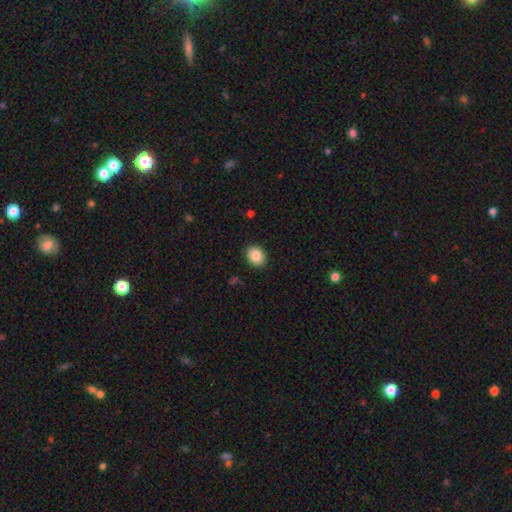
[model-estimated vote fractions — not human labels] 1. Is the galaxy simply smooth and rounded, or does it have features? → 86% smooth, 8% star or artifact, 6% featured or disk.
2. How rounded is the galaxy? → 50% in between, 49% round, 1% cigar-shaped.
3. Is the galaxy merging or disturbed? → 90% none, 7% minor disturbance, 2% major disturbance, 1% merger.